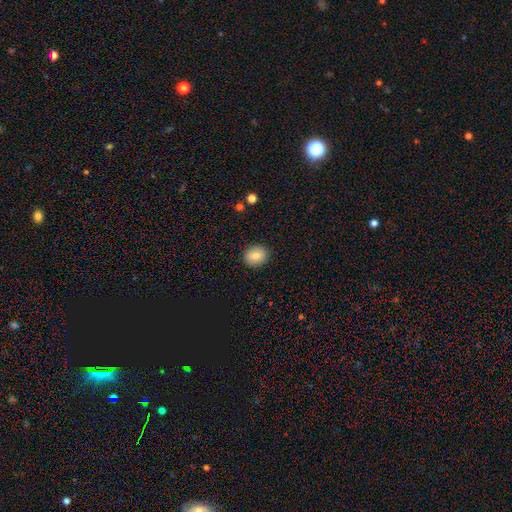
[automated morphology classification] Smooth or featured?
  - smooth: 80% *
  - featured or disk: 11%
  - star or artifact: 9%
How rounded?
  - round: 69% *
  - in between: 30%
  - cigar-shaped: 1%
Merging?
  - none: 90% *
  - minor disturbance: 7%
  - major disturbance: 2%
  - merger: 1%